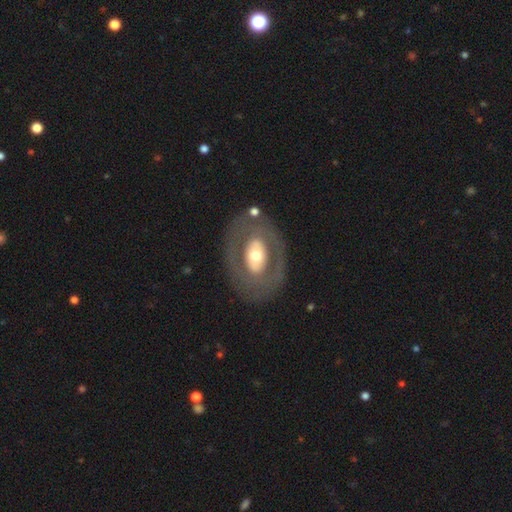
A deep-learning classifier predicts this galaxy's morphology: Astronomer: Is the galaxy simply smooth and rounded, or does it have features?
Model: featured or disk — 61%.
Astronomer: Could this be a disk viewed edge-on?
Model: no — 92%.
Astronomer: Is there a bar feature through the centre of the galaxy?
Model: no — 64%.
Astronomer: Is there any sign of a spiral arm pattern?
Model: no — 83%.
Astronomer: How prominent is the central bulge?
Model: moderate — 61%.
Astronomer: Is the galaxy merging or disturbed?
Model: none — 78%.